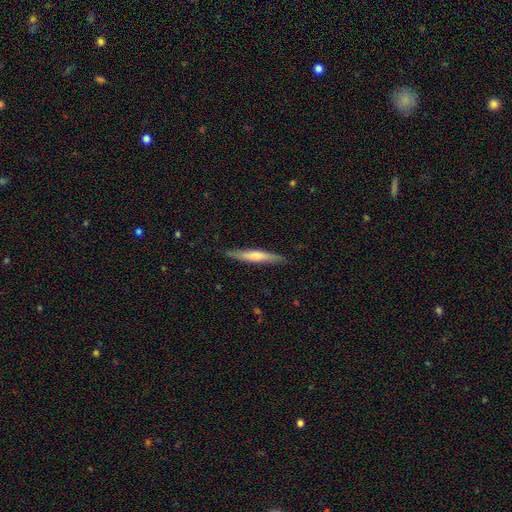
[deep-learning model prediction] Smooth or featured? Predicted: smooth (p=0.57). How rounded? Predicted: cigar-shaped (p=0.93). Merging? Predicted: none (p=0.85).